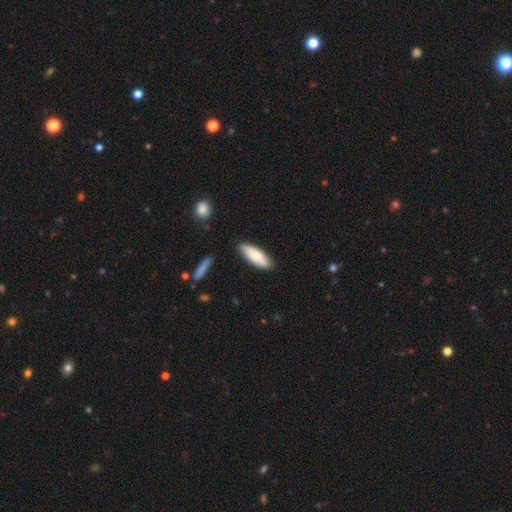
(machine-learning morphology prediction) smooth_or_featured: smooth (p=0.79) [alt: featured or disk p=0.15]
how_rounded: in between (p=0.59) [alt: cigar-shaped p=0.39]
merging: none (p=0.84) [alt: minor disturbance p=0.12]